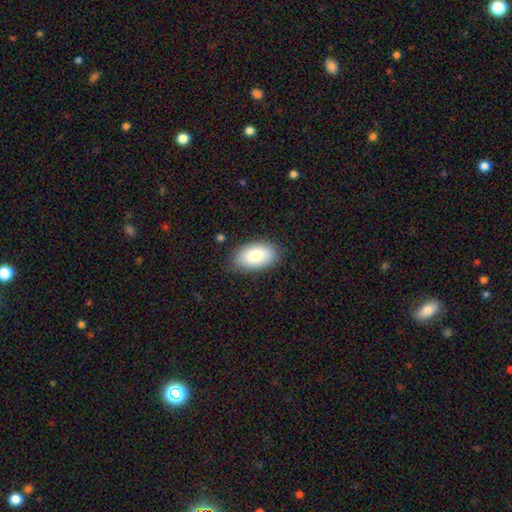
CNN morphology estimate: A smooth galaxy with no disk features (81%) that is in between round and cigar-shaped (94%).

Vote fractions:
- Smooth or featured? smooth: 81% / featured or disk: 12% / star or artifact: 7%
- How rounded? in between: 94% / round: 5% / cigar-shaped: 1%
- Merging? none: 83% / minor disturbance: 13% / major disturbance: 3% / merger: 1%